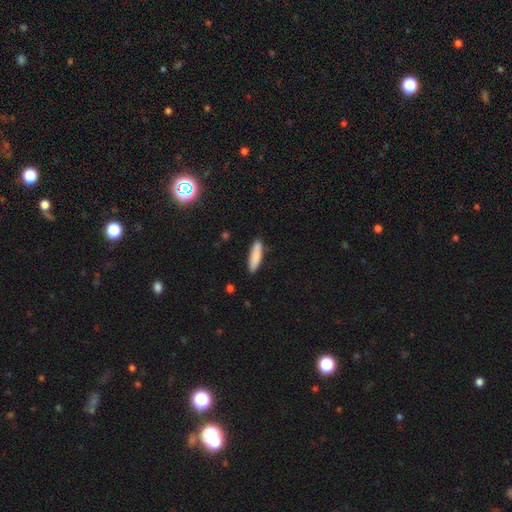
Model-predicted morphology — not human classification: A smooth galaxy with no disk features (86%) that is cigar-shaped (69%).

Vote fractions:
- Smooth or featured? smooth: 86% / featured or disk: 8% / star or artifact: 6%
- How rounded? cigar-shaped: 69% / in between: 29% / round: 1%
- Merging? none: 84% / minor disturbance: 12% / merger: 2% / major disturbance: 2%